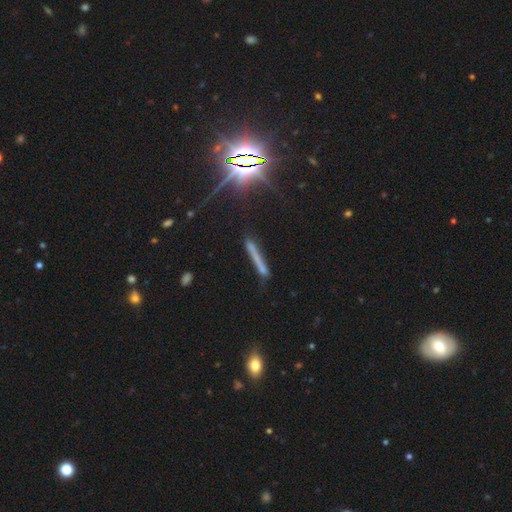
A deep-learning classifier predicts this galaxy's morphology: smooth-or-featured: smooth: 49% | featured or disk: 30% | star or artifact: 21%
  merging: none: 68% | minor disturbance: 20% | merger: 6% | major disturbance: 6%